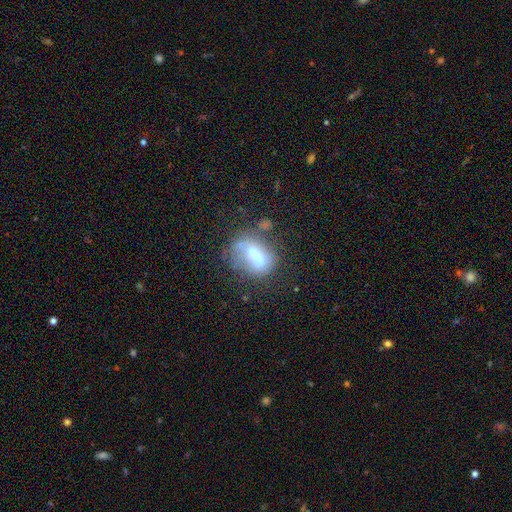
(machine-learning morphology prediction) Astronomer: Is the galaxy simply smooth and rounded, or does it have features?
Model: smooth — 48% (runner-up: featured or disk, 42%).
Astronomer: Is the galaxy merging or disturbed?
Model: none — 38% (runner-up: minor disturbance, 23%).